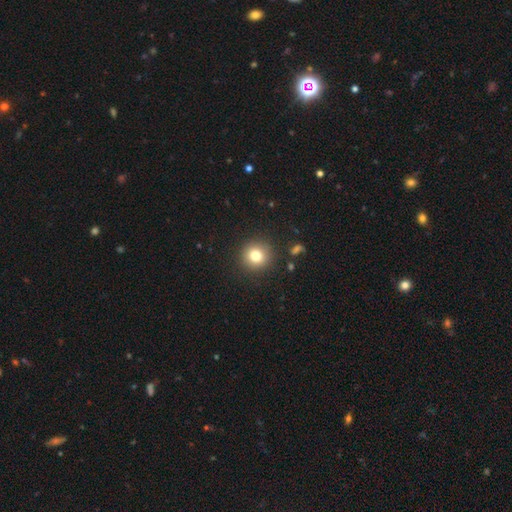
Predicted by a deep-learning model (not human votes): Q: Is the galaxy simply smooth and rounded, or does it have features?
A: smooth — 80%.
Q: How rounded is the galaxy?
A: round — 92%.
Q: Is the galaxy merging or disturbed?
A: none — 89%.